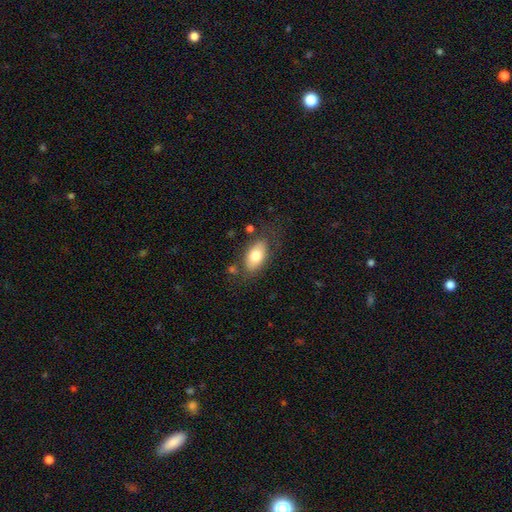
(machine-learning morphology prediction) Smooth or featured? smooth (75%)
How rounded? in between (92%)
Merging? none (73%)